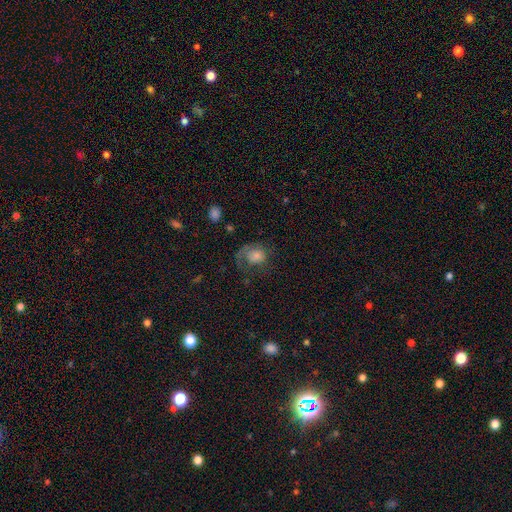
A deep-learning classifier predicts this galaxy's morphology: Smooth or featured? featured or disk (45%)
Merging? none (43%)